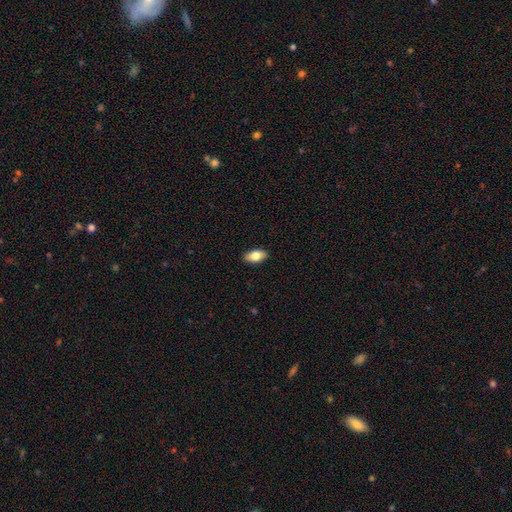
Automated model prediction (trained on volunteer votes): smooth-or-featured: smooth: 80% | featured or disk: 13% | star or artifact: 7%
  how-rounded: in between: 90% | cigar-shaped: 6% | round: 4%
  merging: none: 90% | minor disturbance: 8% | major disturbance: 2% | merger: 1%